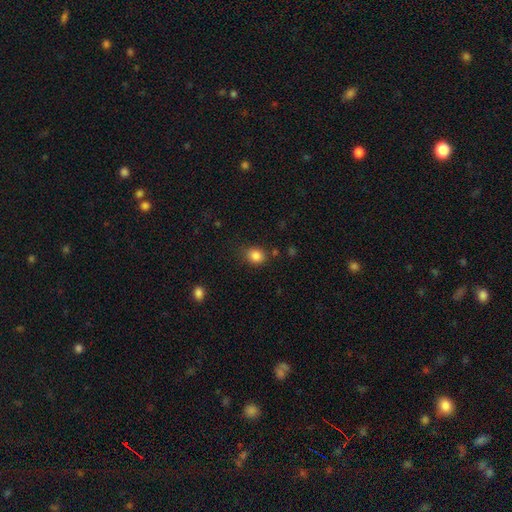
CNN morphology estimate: Smooth or featured? Predicted: smooth (p=0.85). How rounded? Predicted: round (p=0.56). Merging? Predicted: none (p=0.77).